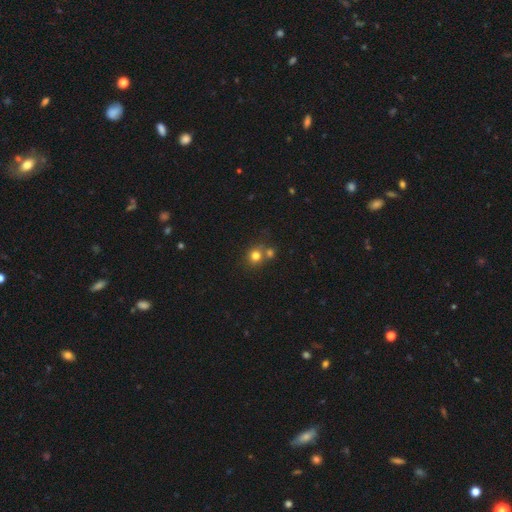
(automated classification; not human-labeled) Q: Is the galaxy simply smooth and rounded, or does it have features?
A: smooth — 77%.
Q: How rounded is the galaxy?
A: round — 85%.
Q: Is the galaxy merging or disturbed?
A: none — 56%.